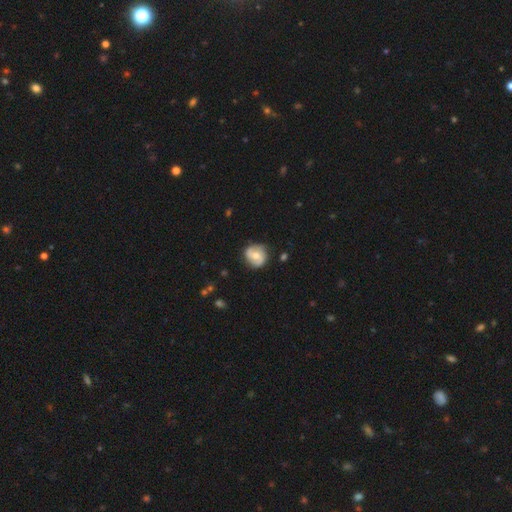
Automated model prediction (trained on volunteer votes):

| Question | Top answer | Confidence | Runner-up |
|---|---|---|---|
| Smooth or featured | featured or disk | 66% | smooth (28%) |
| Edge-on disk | no | 97% | yes (3%) |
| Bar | no | 49% | weak (40%) |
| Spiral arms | yes | 90% | no (10%) |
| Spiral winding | medium | 44% | loose (29%) |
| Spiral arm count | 2 | 87% | can't tell (7%) |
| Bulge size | moderate | 62% | small (31%) |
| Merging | none | 79% | minor disturbance (16%) |